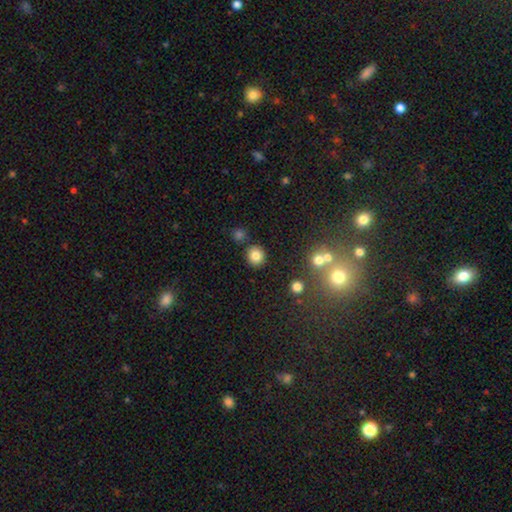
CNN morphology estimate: This is clearly a smooth galaxy (82%). How rounded: clearly round (86%). Merging: clearly none (85%).